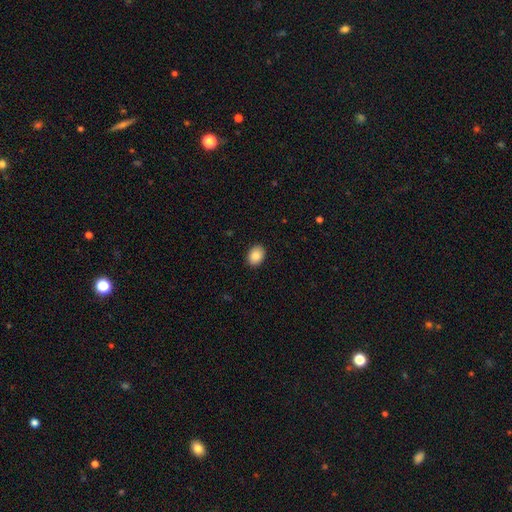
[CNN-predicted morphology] Smooth or featured? smooth (87%)
How rounded? in between (68%)
Merging? none (91%)